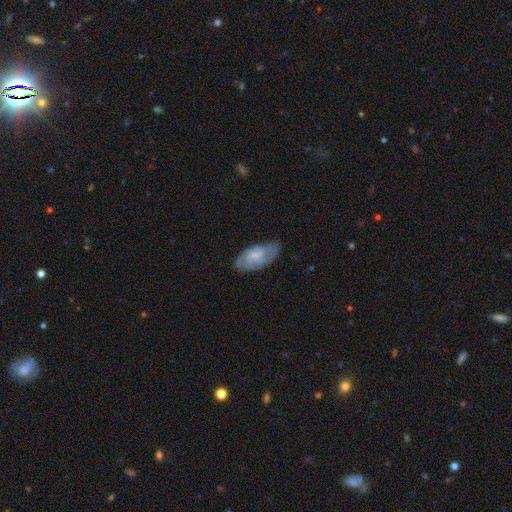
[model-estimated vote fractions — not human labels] Smooth or featured: featured or disk — 56% (smooth — 38%)
Edge-on disk: no — 93% (yes — 7%)
Bar: no — 55% (weak — 39%)
Spiral arms: yes — 82% (no — 18%)
Bulge size: small — 60% (moderate — 29%)
Merging: none — 65% (minor disturbance — 27%)